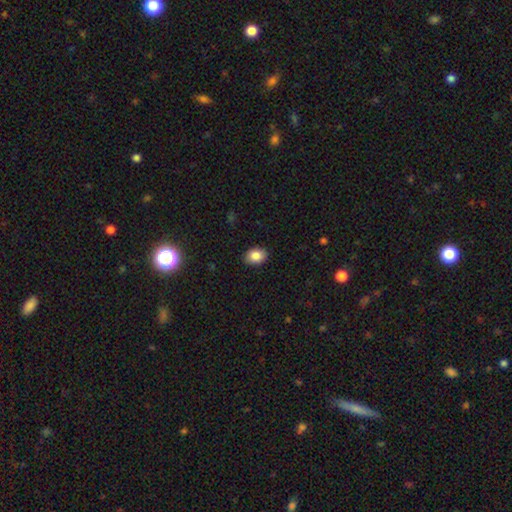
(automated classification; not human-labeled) Smooth or featured? smooth (85%)
How rounded? in between (76%)
Merging? none (87%)